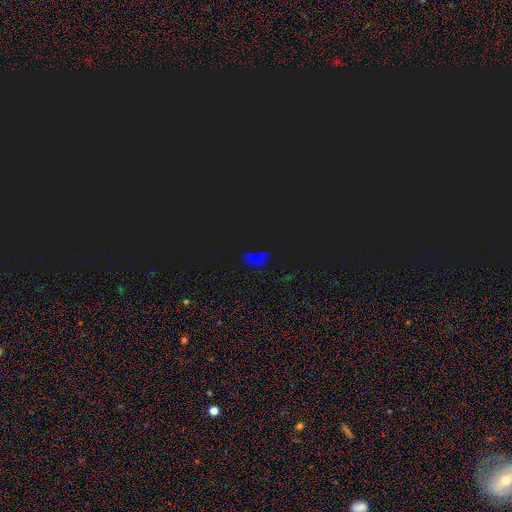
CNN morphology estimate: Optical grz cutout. It shows a star or artifact, not a galaxy (64%).